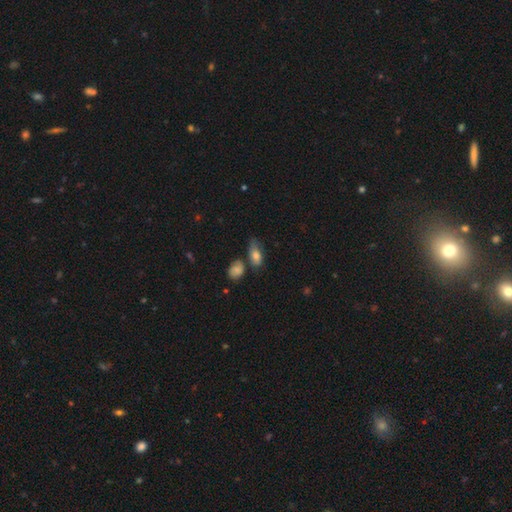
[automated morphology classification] Smooth or featured? Predicted: smooth (p=0.76). How rounded? Predicted: in between (p=0.86). Merging? Predicted: none (p=0.47).